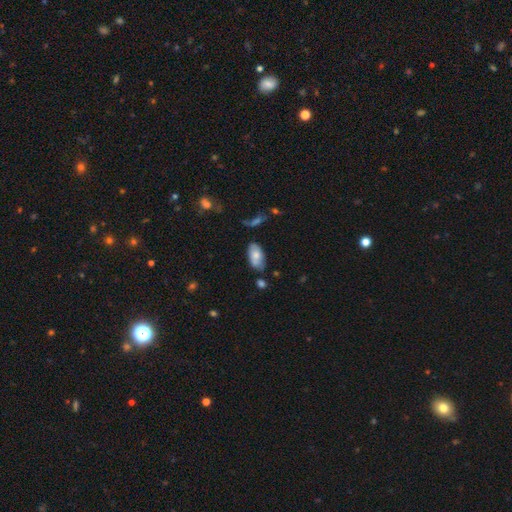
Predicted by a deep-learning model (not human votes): The model was most divided on "smooth or featured": smooth: 67%, featured or disk: 26%, star or artifact: 7%. More confident: how rounded — in between (93%); merging — none (65%).